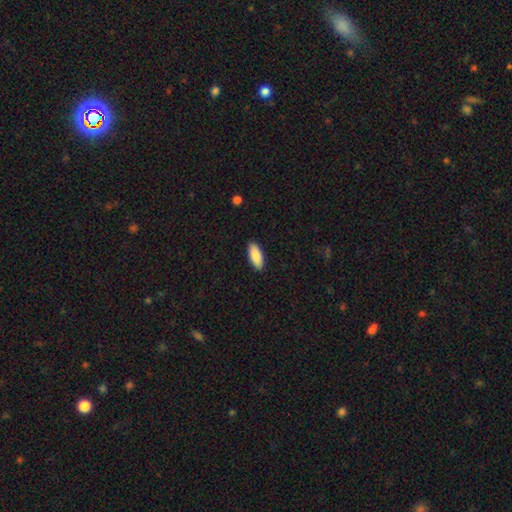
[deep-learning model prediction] Smooth or featured? smooth (89%)
How rounded? in between (81%)
Merging? none (91%)